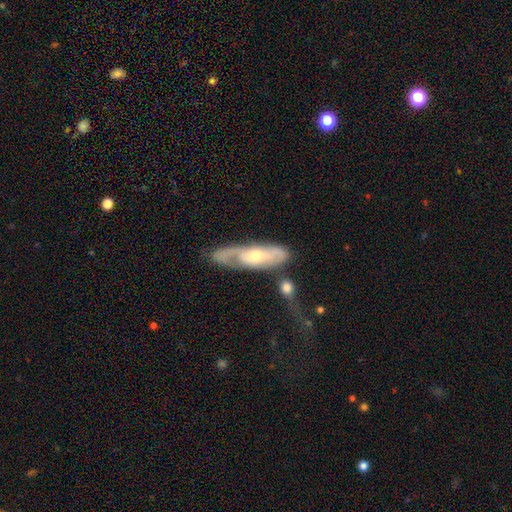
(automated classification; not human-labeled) This is likely a featured or disk galaxy (69%). It is likely not viewed edge-on (79%). Bar: likely no (65%). Spiral arm pattern: clearly yes (81%). Central bulge: likely moderate (65%). Merging: possibly none (49%).